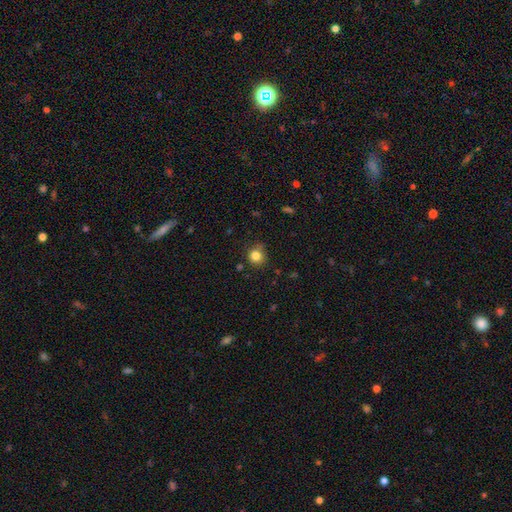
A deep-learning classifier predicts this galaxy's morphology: smooth 83%, star or artifact 12%, featured or disk 5%. Down the decision tree: how rounded — round (89%); merging — none (80%).